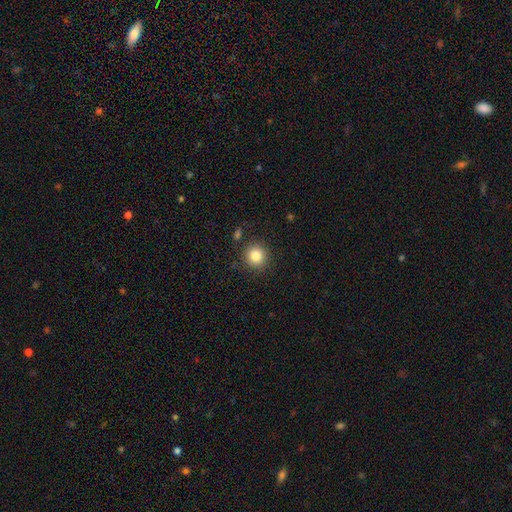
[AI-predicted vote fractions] smooth_or_featured: smooth (p=0.84) [alt: star or artifact p=0.10]
how_rounded: round (p=0.92) [alt: in between p=0.07]
merging: none (p=0.87) [alt: minor disturbance p=0.08]